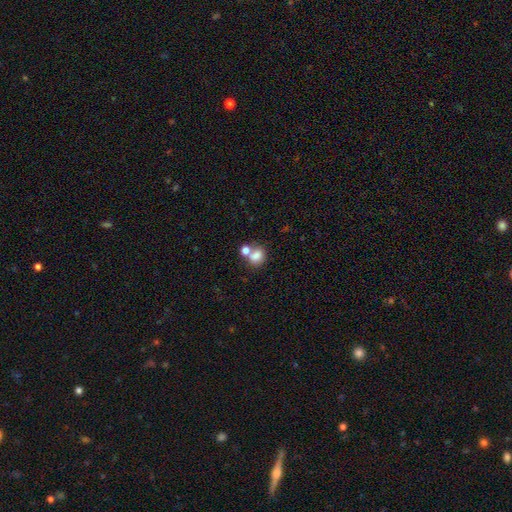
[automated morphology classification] smooth 77%, featured or disk 12%, star or artifact 11%. Down the decision tree: how rounded — in between (55%); merging — merger (46%).